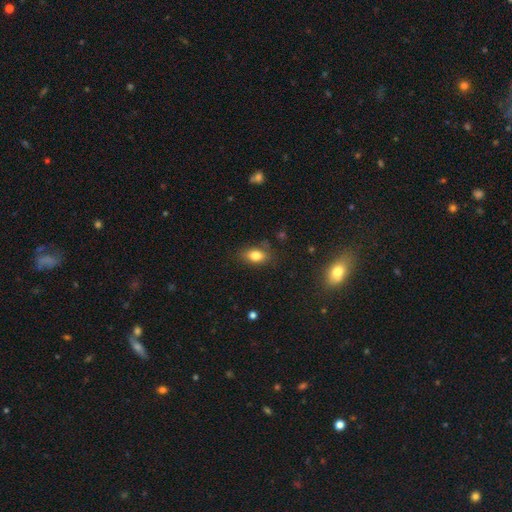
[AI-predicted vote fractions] smooth-or-featured: smooth: 81% | star or artifact: 10% | featured or disk: 9%
  how-rounded: in between: 83% | round: 13% | cigar-shaped: 3%
  merging: none: 78% | minor disturbance: 16% | major disturbance: 4% | merger: 2%